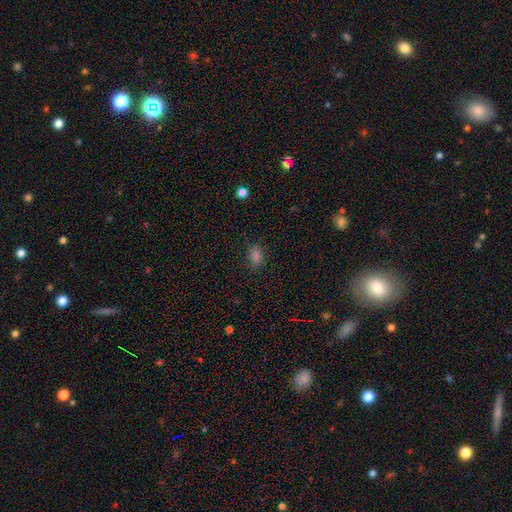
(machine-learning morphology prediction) The model was most divided on "how rounded": in between: 77%, round: 21%, cigar-shaped: 2%. More confident: merging — none (85%); smooth or featured — smooth (77%).